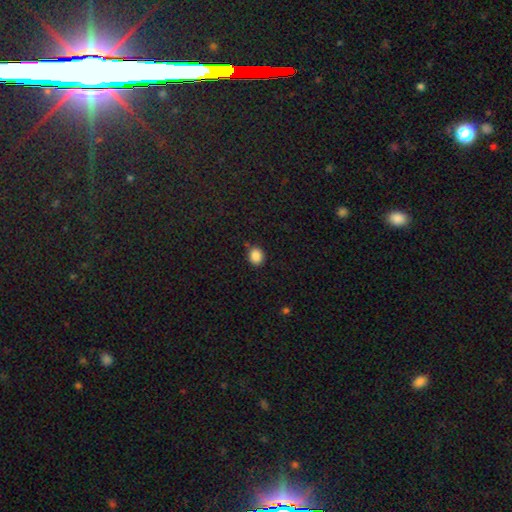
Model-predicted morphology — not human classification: The model was most divided on "how rounded": round: 65%, in between: 34%, cigar-shaped: 1%. More confident: smooth or featured — smooth (87%); merging — none (81%).